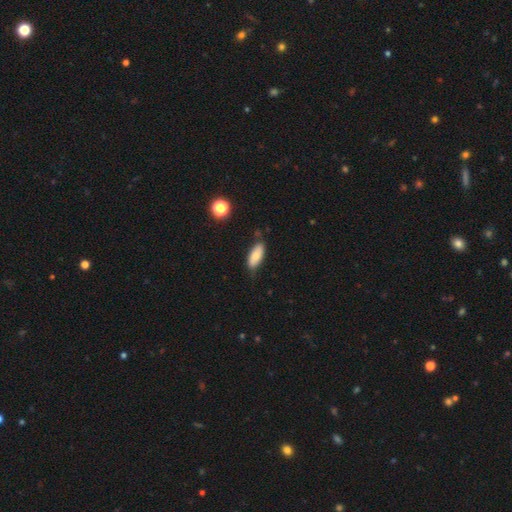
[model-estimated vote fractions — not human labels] Smooth or featured? smooth (76%)
How rounded? in between (84%)
Merging? none (74%)